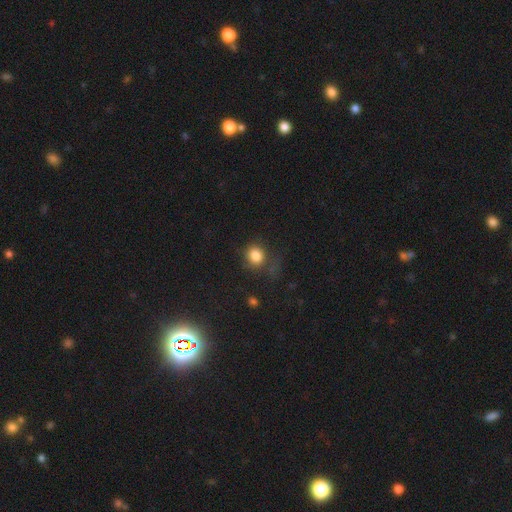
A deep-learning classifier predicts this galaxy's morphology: Q: Smooth or featured?
A: smooth (83%); runner-up: star or artifact (11%)
Q: How rounded?
A: round (81%); runner-up: in between (18%)
Q: Merging?
A: none (63%); runner-up: minor disturbance (21%)